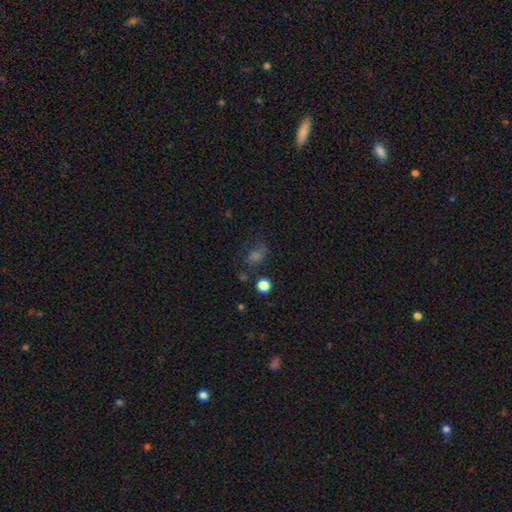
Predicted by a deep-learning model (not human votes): The model was most divided on "smooth or featured": smooth: 46%, star or artifact: 33%, featured or disk: 21%. More confident: merging — none (54%).